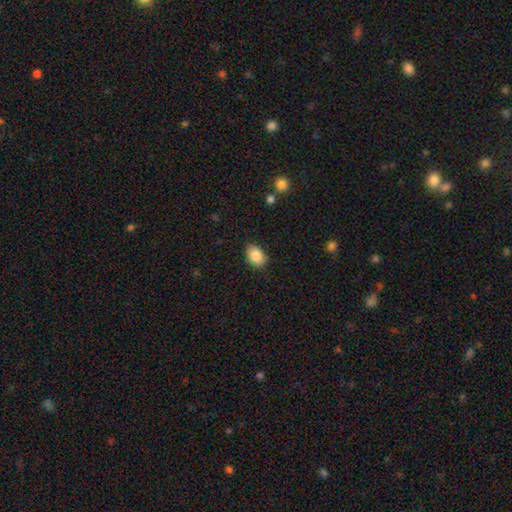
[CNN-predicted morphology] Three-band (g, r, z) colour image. It shows a smooth galaxy with no disk features (86%) that is in between round and cigar-shaped (81%). Merging: none (85%).